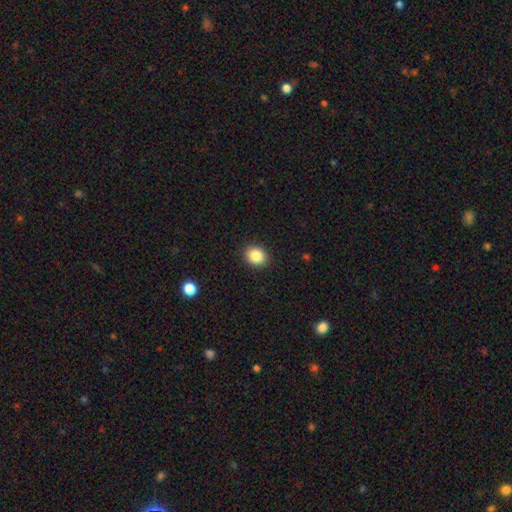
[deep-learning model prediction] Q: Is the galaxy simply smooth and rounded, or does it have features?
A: smooth — 87%.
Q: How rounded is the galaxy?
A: round — 68%.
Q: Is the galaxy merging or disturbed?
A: none — 90%.